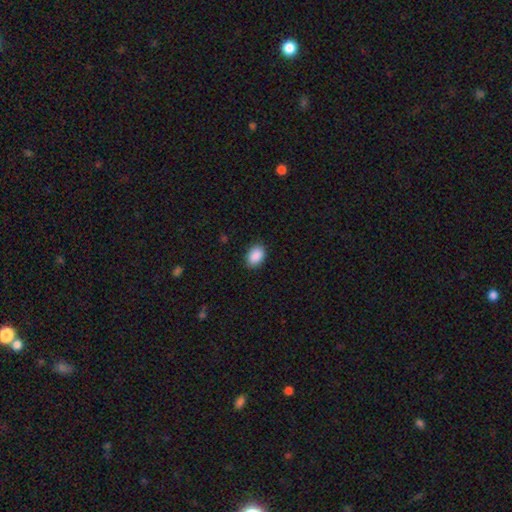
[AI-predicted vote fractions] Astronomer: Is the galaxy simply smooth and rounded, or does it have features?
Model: smooth — 90%.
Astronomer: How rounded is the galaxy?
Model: in between — 84%.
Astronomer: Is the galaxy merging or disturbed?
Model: none — 89%.